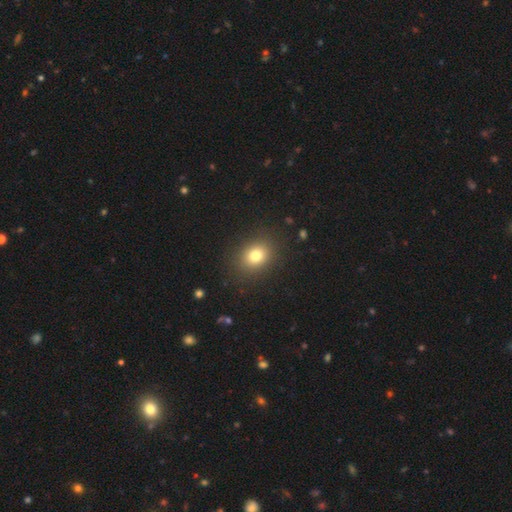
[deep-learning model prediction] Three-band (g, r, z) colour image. It shows a smooth galaxy with no disk features (78%) that is round (54%). Merging: none (87%).